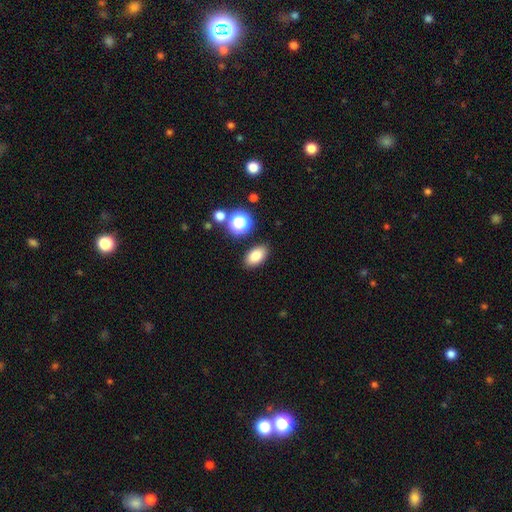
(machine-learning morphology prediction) A smooth galaxy with no disk features (83%) that is in between round and cigar-shaped (90%). Merging: none (86%).